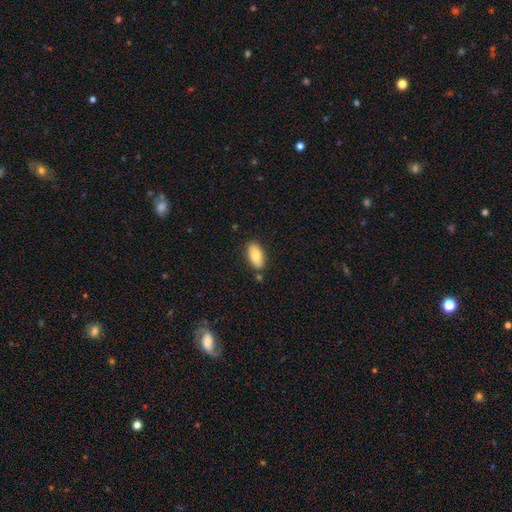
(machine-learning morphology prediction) This appears to be a smooth galaxy with no disk features (81%) that is in between round and cigar-shaped (91%). Merging: none (83%).